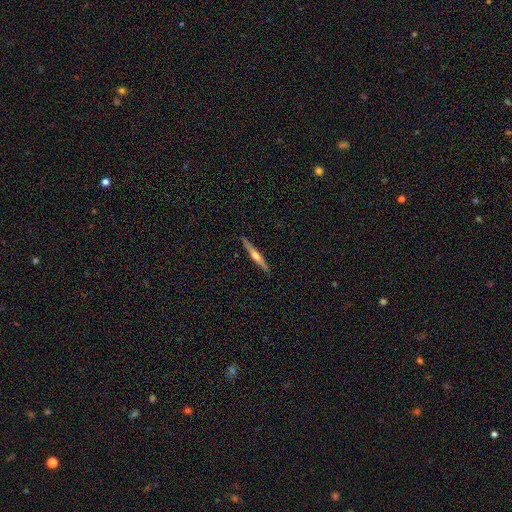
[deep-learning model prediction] Smooth or featured? featured or disk (67%)
Edge-on disk? yes (98%)
Edge-on bulge? rounded (88%)
Merging? none (91%)